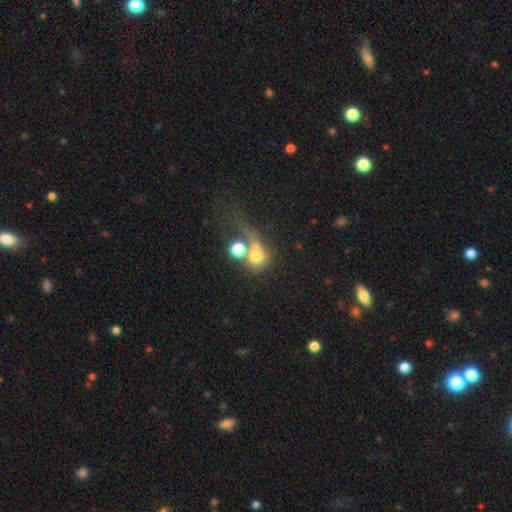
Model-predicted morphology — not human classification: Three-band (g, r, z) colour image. It shows a smooth galaxy with no disk features (62%) that is round (74%). Merging: merger (55%).